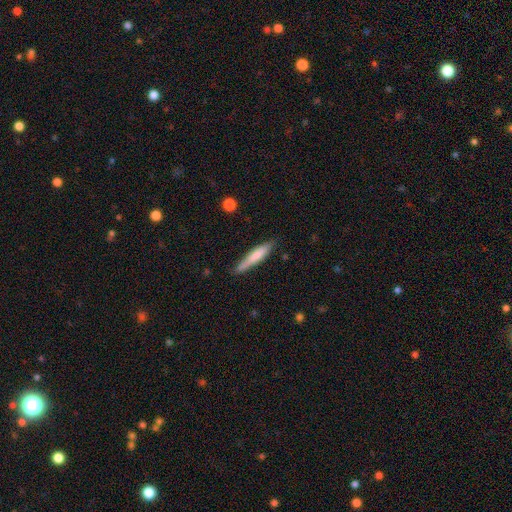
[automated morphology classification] Smooth or featured? smooth (70%)
How rounded? cigar-shaped (90%)
Merging? none (79%)